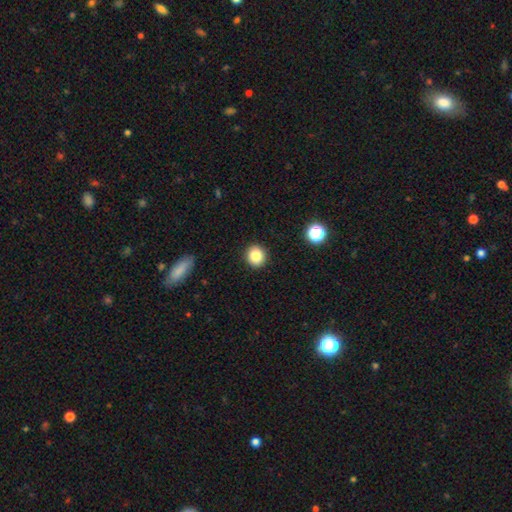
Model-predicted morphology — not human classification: smooth-or-featured: smooth: 85% | star or artifact: 10% | featured or disk: 5%
  how-rounded: round: 86% | in between: 13% | cigar-shaped: 1%
  merging: none: 92% | minor disturbance: 5% | major disturbance: 2% | merger: 1%